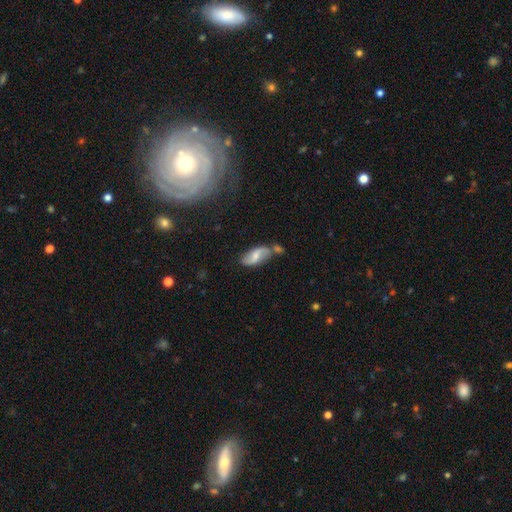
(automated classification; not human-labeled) Q: Smooth or featured?
A: featured or disk (55%); runner-up: smooth (38%)
Q: Edge-on disk?
A: no (93%); runner-up: yes (7%)
Q: Bar?
A: weak (46%); runner-up: no (39%)
Q: Spiral arms?
A: yes (87%); runner-up: no (13%)
Q: Bulge size?
A: moderate (45%); runner-up: small (41%)
Q: Merging?
A: none (54%); runner-up: minor disturbance (20%)